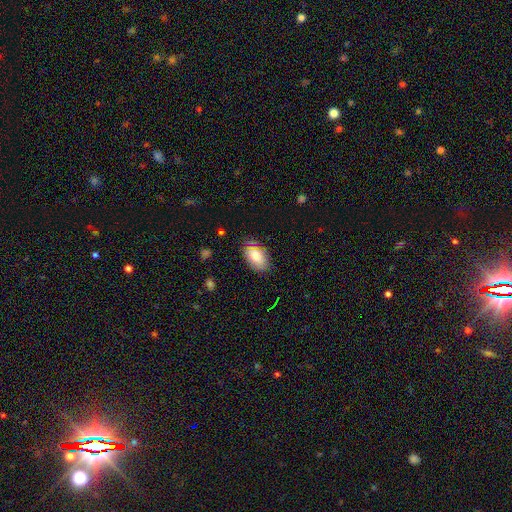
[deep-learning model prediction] A smooth galaxy with no disk features (78%) that is in between round and cigar-shaped (93%). Merging: none (74%).